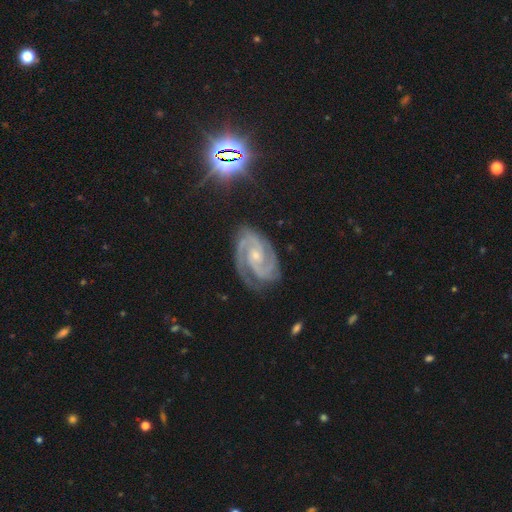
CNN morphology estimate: Q: Smooth or featured?
A: featured or disk (91%); runner-up: star or artifact (6%)
Q: Edge-on disk?
A: no (98%); runner-up: yes (2%)
Q: Bar?
A: no (60%); runner-up: weak (28%)
Q: Spiral arms?
A: yes (99%); runner-up: no (1%)
Q: Spiral winding?
A: tight (62%); runner-up: medium (34%)
Q: Spiral arm count?
A: 2 (72%); runner-up: 3 (17%)
Q: Bulge size?
A: small (71%); runner-up: moderate (25%)
Q: Merging?
A: none (76%); runner-up: minor disturbance (18%)